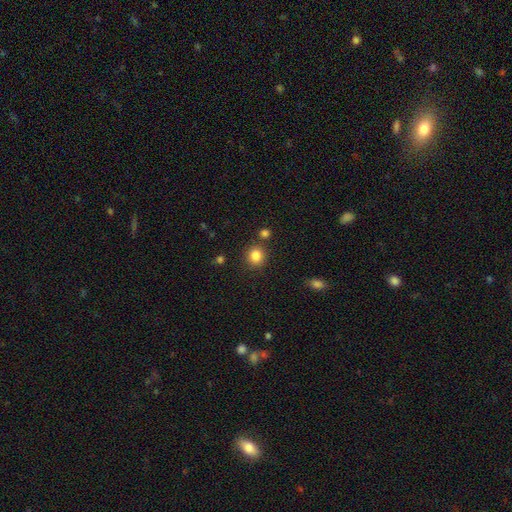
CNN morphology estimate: Smooth or featured: smooth — 85% (star or artifact — 10%)
How rounded: round — 85% (in between — 14%)
Merging: none — 83% (minor disturbance — 8%)